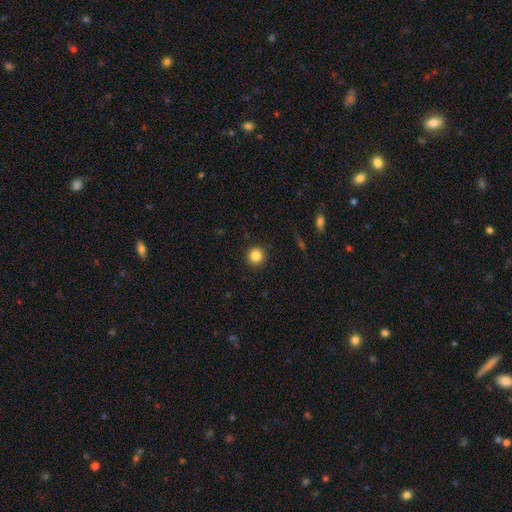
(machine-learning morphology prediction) Smooth or featured? smooth (85%)
How rounded? round (95%)
Merging? none (92%)